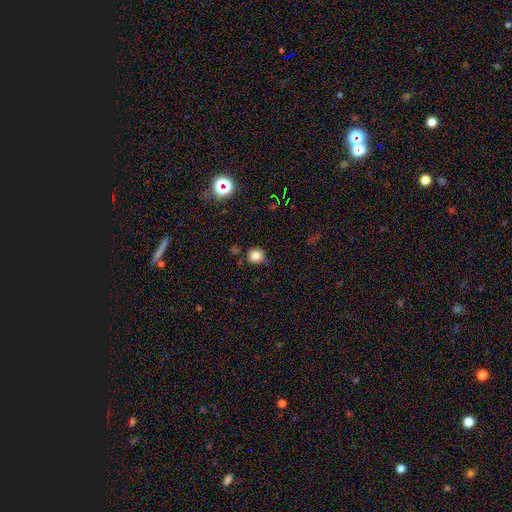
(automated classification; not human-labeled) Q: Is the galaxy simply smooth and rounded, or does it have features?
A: smooth — 81%.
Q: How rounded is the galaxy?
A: round — 87%.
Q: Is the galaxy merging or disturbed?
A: none — 74%.